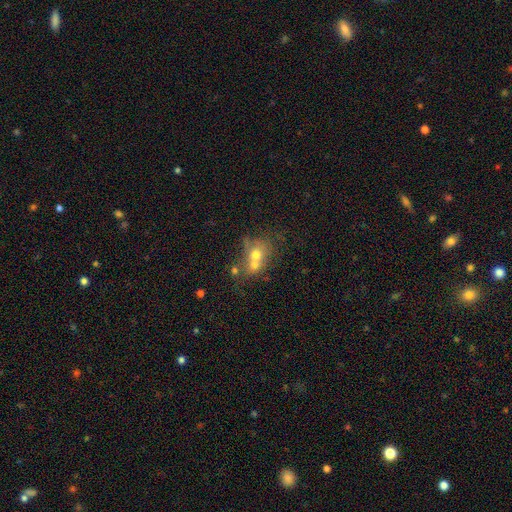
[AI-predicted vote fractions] The model was most divided on "how rounded": round: 60%, in between: 39%, cigar-shaped: 1%. More confident: merging — merger (62%); smooth or featured — smooth (60%).